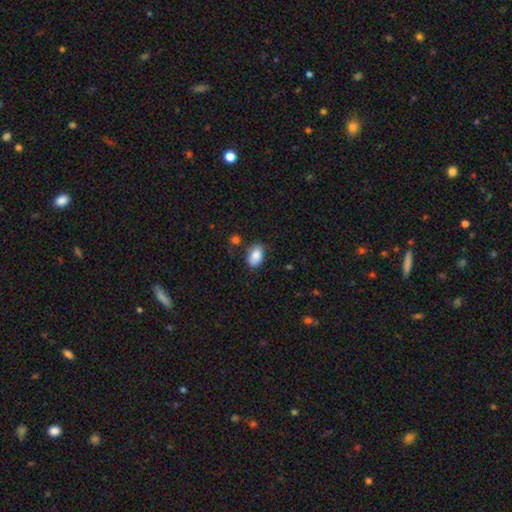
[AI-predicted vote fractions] A smooth galaxy with no disk features (85%) that is in between round and cigar-shaped (89%). Merging: none (70%).